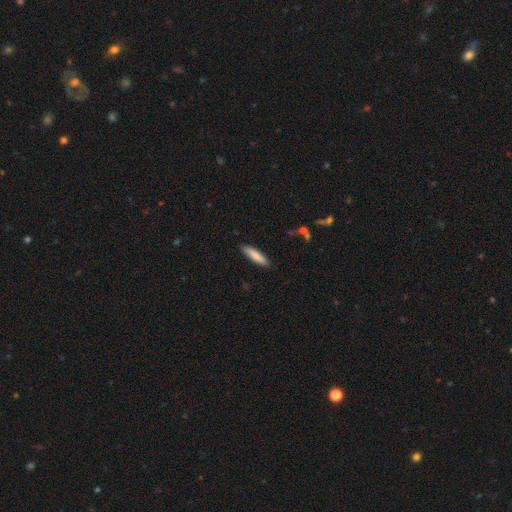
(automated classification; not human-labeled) This is clearly a smooth galaxy (83%). How rounded: likely cigar-shaped (78%). Merging: clearly none (88%).